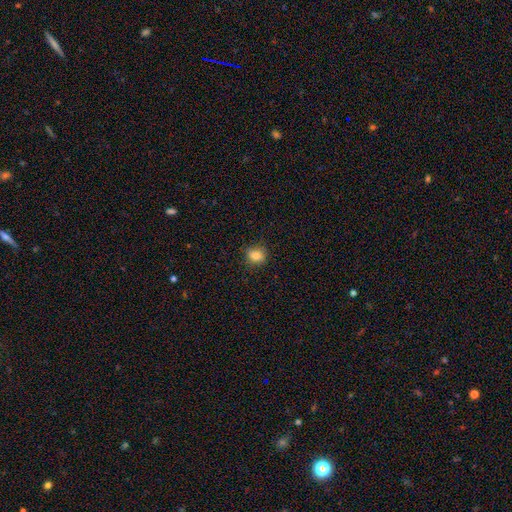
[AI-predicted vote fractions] Q: Smooth or featured?
A: smooth (83%); runner-up: star or artifact (11%)
Q: How rounded?
A: round (63%); runner-up: in between (36%)
Q: Merging?
A: none (83%); runner-up: minor disturbance (13%)